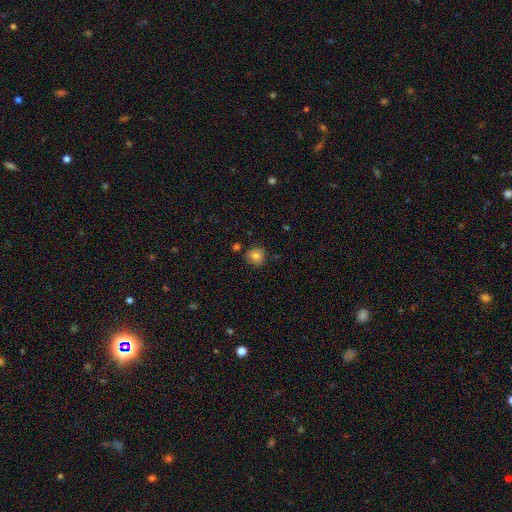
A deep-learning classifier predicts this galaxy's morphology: This is clearly a smooth galaxy (81%). How rounded: clearly round (91%). Merging: clearly none (84%).